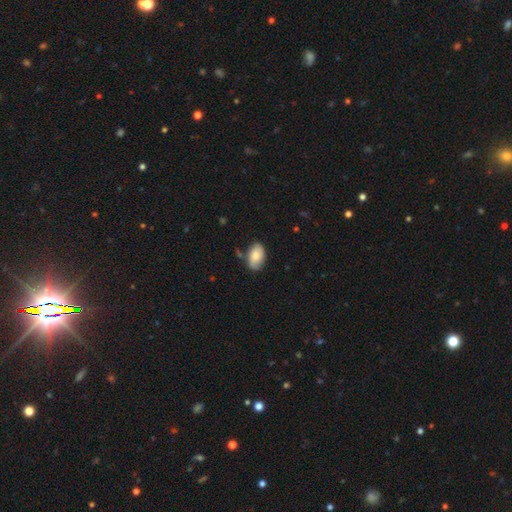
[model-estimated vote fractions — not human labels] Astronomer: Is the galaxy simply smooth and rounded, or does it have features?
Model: smooth — 75%.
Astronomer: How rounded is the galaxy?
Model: in between — 92%.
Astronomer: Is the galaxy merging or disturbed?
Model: none — 71%.